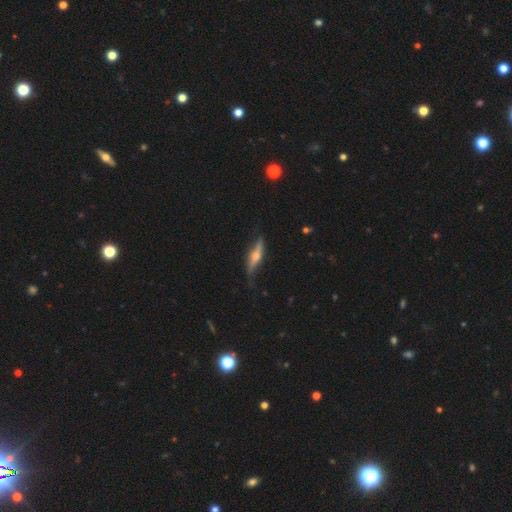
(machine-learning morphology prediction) Smooth or featured: featured or disk — 64% (smooth — 30%)
Edge-on disk: yes — 91% (no — 9%)
Edge-on bulge: rounded — 90% (boxy — 6%)
Merging: none — 73% (minor disturbance — 21%)